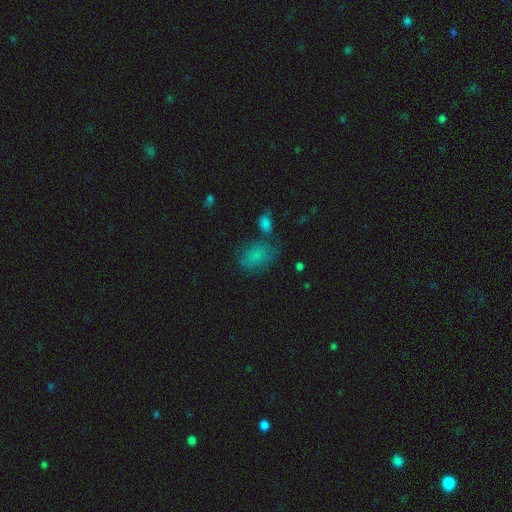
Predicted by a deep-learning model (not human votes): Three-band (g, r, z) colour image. It shows a smooth galaxy with no disk features (74%) that is in between round and cigar-shaped (74%). Merging: none (49%).